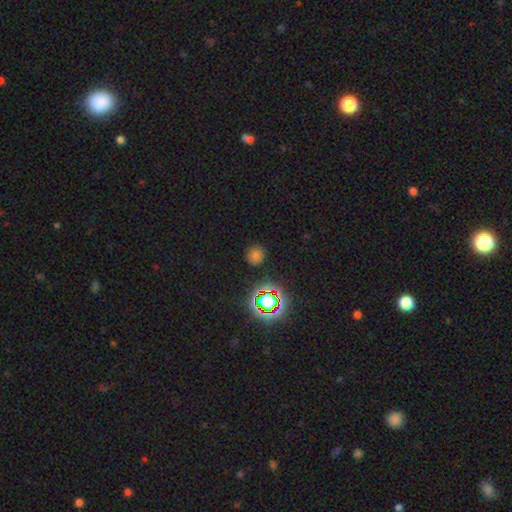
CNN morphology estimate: smooth 64%, star or artifact 30%, featured or disk 7%. Down the decision tree: how rounded — round (89%); merging — none (87%).